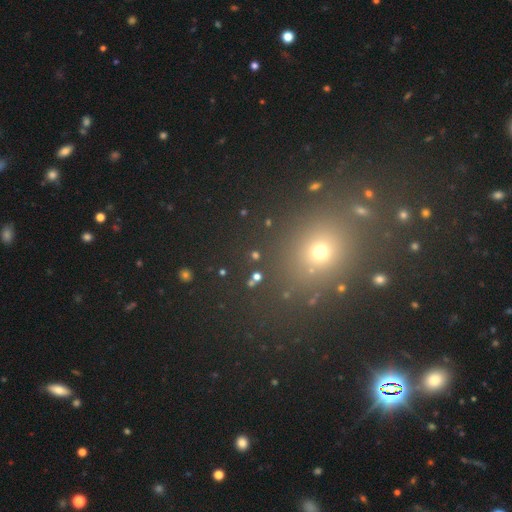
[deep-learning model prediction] Morphology: type=smooth (50%); merging=none (84%).